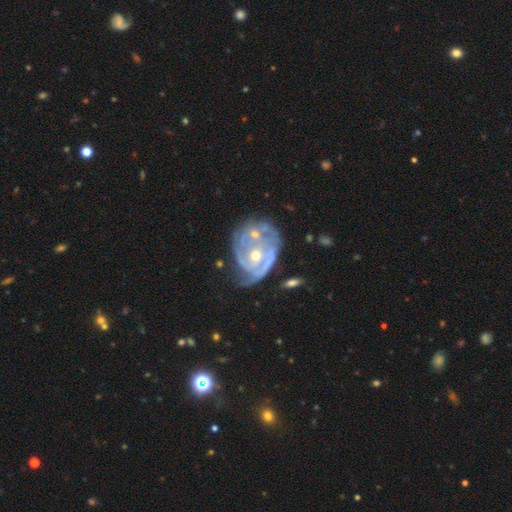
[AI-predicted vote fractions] A featured or disk galaxy (84%) with no bar (78%), tight (62%) spiral arms (83%) and a moderate central bulge (49%). Merging: none (35%).